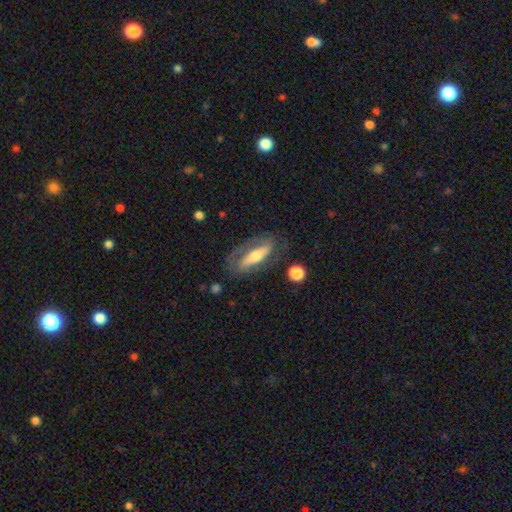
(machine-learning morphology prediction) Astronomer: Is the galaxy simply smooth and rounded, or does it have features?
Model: featured or disk — 64%.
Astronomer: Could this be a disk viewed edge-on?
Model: no — 70%.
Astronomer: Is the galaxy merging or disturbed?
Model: none — 65%.